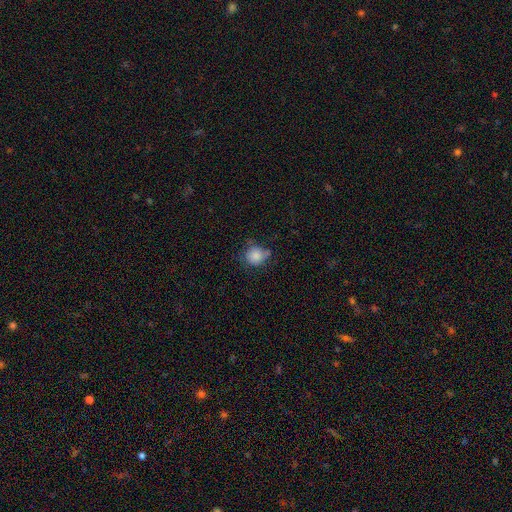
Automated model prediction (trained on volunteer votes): Morphology: type=smooth (80%); roundness=round (77%); merging=none (51%).